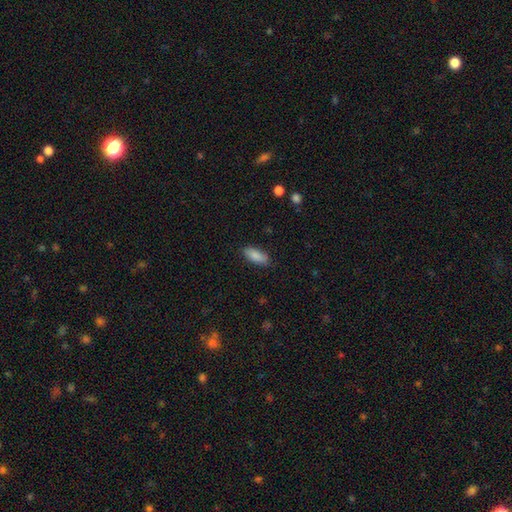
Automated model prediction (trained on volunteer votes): This appears to be a smooth galaxy with no disk features (88%) that is in between round and cigar-shaped (79%). Merging: none (85%).